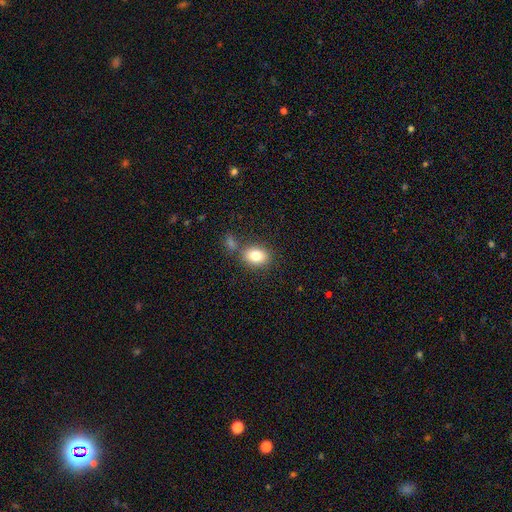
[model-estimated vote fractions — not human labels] Overall: smooth (83%). How rounded: in between (73%). Merging: none (68%).